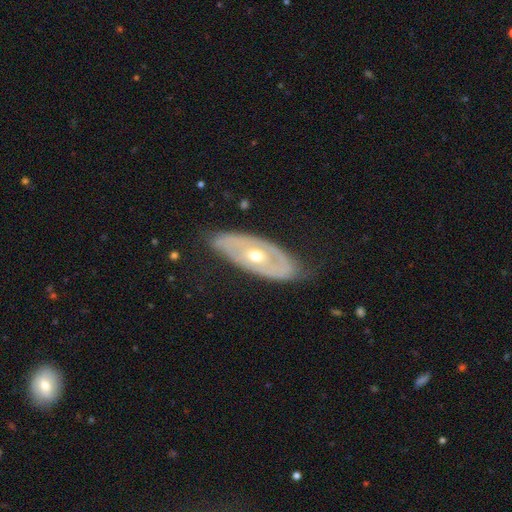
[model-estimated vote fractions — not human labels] Smooth or featured: featured or disk — 69% (smooth — 26%)
Edge-on disk: no — 83% (yes — 17%)
Bar: no — 86% (weak — 10%)
Spiral arms: no — 72% (yes — 28%)
Bulge size: moderate — 70% (small — 25%)
Merging: none — 74% (minor disturbance — 18%)